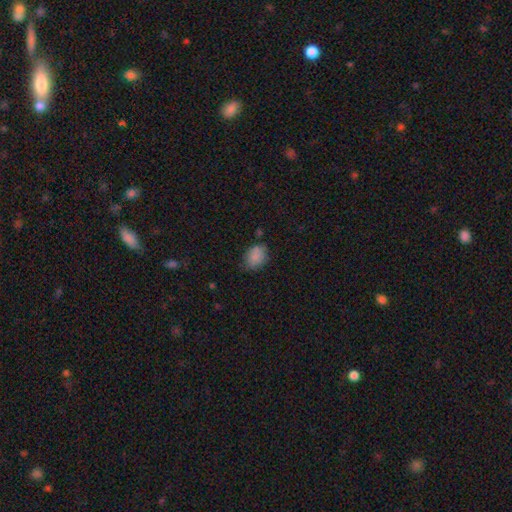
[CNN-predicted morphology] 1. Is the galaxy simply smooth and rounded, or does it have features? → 84% smooth, 9% star or artifact, 7% featured or disk.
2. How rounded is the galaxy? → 69% in between, 30% round, 1% cigar-shaped.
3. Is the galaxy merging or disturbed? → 67% none, 23% minor disturbance, 5% major disturbance, 5% merger.